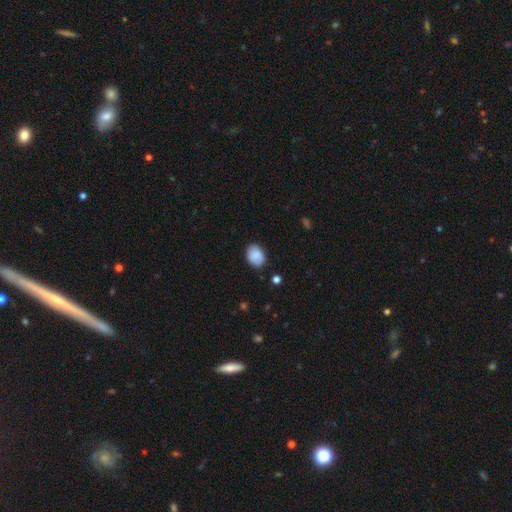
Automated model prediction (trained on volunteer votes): This appears to be a smooth galaxy with no disk features (87%) that is in between round and cigar-shaped (63%). Merging: none (82%).